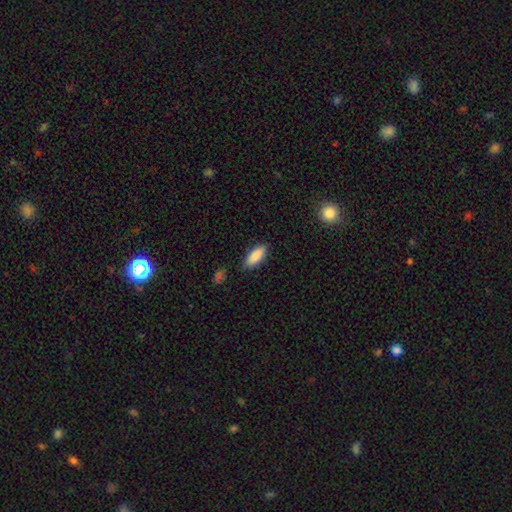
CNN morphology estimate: smooth-or-featured: smooth: 86% | featured or disk: 8% | star or artifact: 7%
  how-rounded: in between: 72% | cigar-shaped: 26% | round: 2%
  merging: none: 82% | minor disturbance: 13% | major disturbance: 3% | merger: 2%